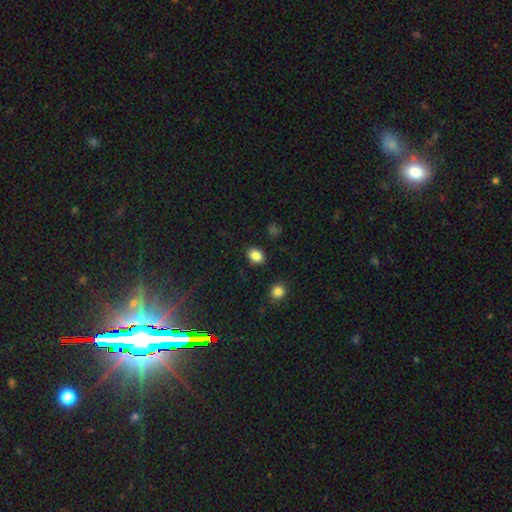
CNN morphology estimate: smooth_or_featured: smooth (p=0.86) [alt: star or artifact p=0.10]
how_rounded: in between (p=0.61) [alt: round p=0.38]
merging: none (p=0.87) [alt: minor disturbance p=0.08]